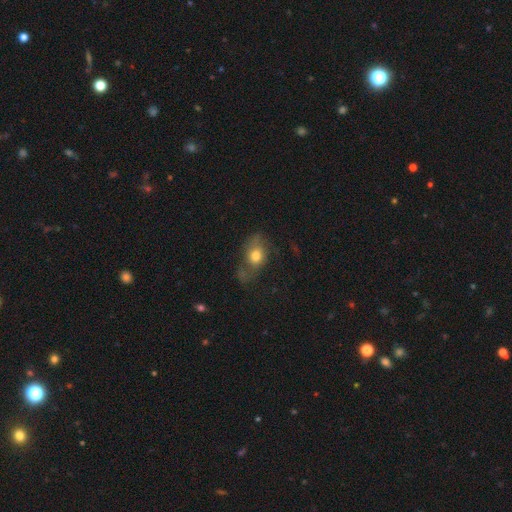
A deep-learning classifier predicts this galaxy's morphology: Q: Smooth or featured?
A: smooth (61%); runner-up: featured or disk (29%)
Q: How rounded?
A: in between (70%); runner-up: round (27%)
Q: Merging?
A: none (41%); runner-up: minor disturbance (28%)